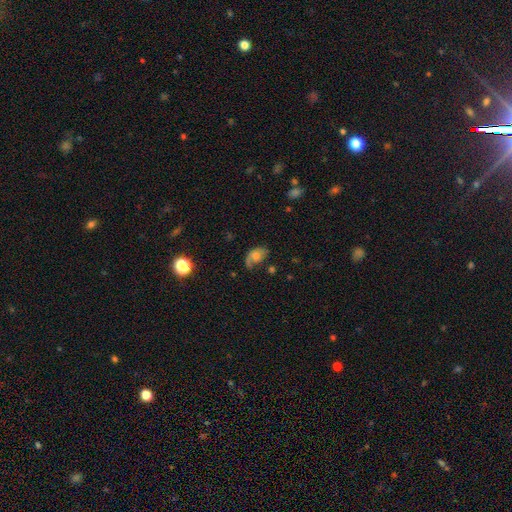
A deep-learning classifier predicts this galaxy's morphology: Smooth or featured? Predicted: featured or disk (p=0.46). Merging? Predicted: none (p=0.49).